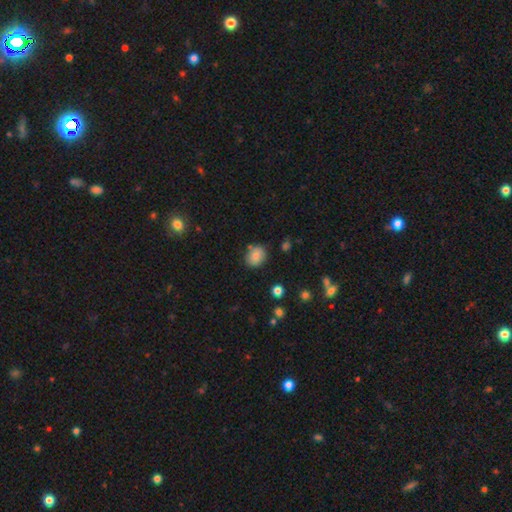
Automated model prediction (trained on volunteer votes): Smooth or featured? smooth (81%)
How rounded? round (59%)
Merging? none (81%)